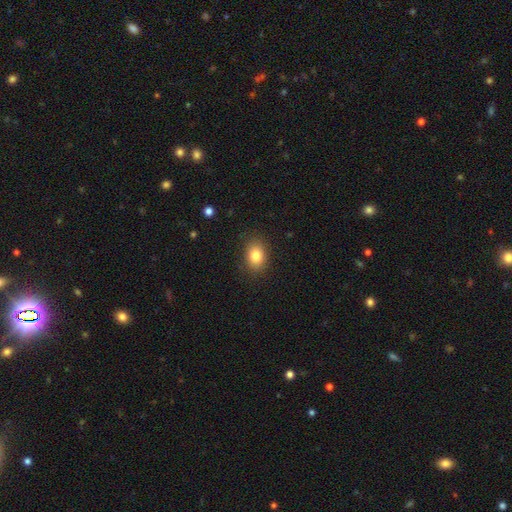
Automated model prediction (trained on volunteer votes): smooth-or-featured: smooth: 83% | star or artifact: 10% | featured or disk: 8%
  how-rounded: in between: 68% | round: 31% | cigar-shaped: 1%
  merging: none: 87% | minor disturbance: 9% | major disturbance: 3% | merger: 1%